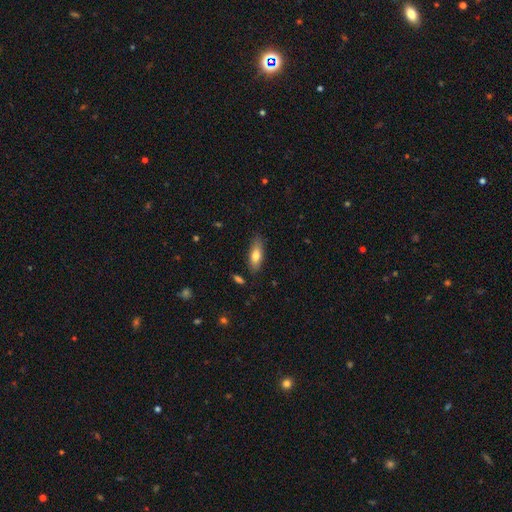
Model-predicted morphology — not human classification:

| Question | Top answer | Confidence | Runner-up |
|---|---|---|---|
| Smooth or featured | smooth | 74% | featured or disk (19%) |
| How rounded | in between | 66% | cigar-shaped (31%) |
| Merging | none | 82% | minor disturbance (14%) |